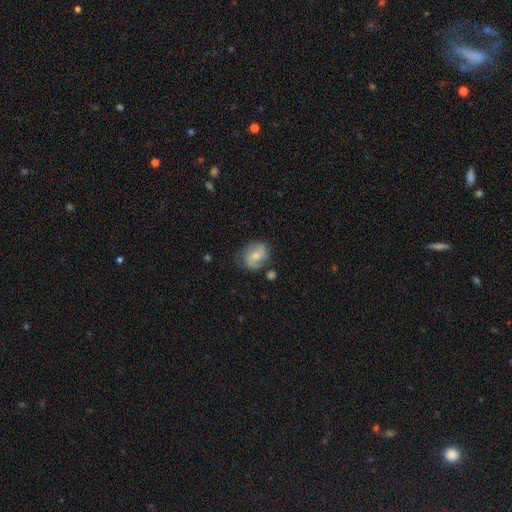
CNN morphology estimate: Smooth or featured? featured or disk (59%)
Edge-on disk? no (97%)
Bar? weak (45%)
Spiral arms? yes (90%)
Spiral winding? medium (46%)
Spiral arm count? 2 (87%)
Bulge size? moderate (47%)
Merging? none (72%)